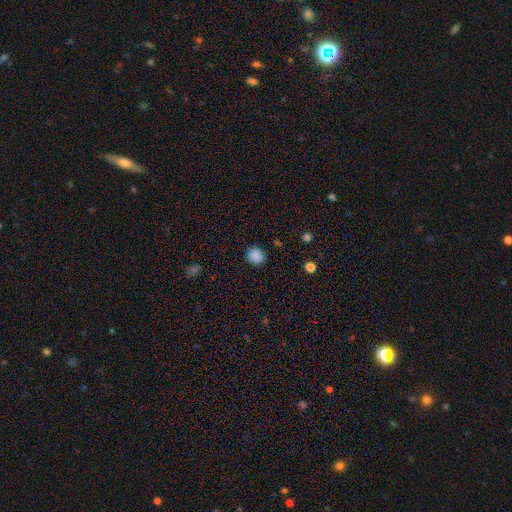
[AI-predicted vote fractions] This is clearly a smooth galaxy (87%). How rounded: clearly round (93%). Merging: clearly none (89%).